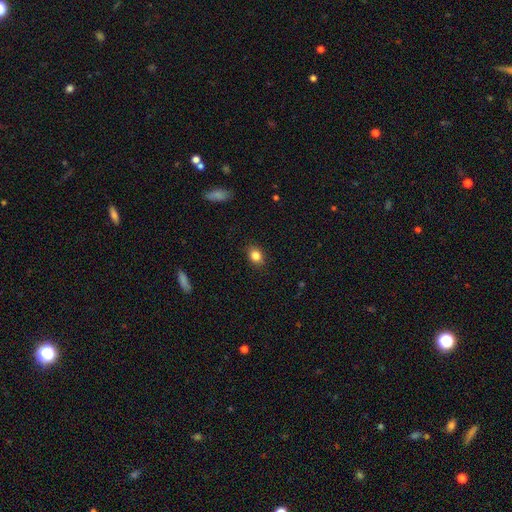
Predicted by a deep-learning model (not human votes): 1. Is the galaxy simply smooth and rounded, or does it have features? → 84% smooth, 10% star or artifact, 6% featured or disk.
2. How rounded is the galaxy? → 53% in between, 45% round, 1% cigar-shaped.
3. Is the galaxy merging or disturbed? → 88% none, 9% minor disturbance, 2% major disturbance, 1% merger.